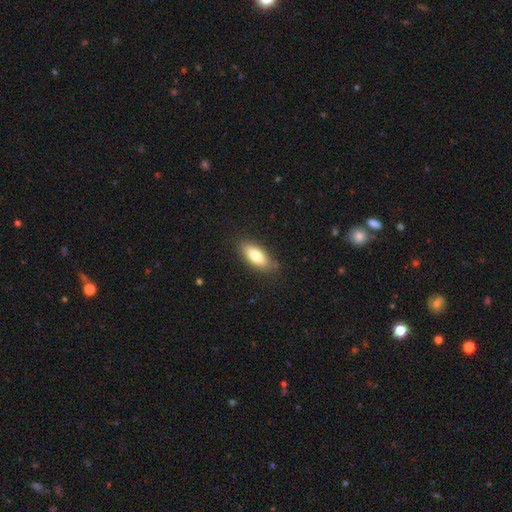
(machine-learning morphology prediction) Smooth or featured? Predicted: smooth (p=0.79). How rounded? Predicted: in between (p=0.79). Merging? Predicted: none (p=0.83).